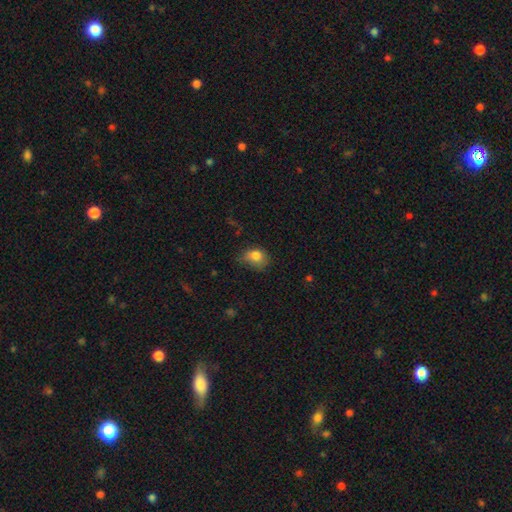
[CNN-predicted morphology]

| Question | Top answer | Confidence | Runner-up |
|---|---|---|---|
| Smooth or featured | smooth | 80% | star or artifact (10%) |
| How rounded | in between | 56% | round (43%) |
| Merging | none | 49% | minor disturbance (37%) |